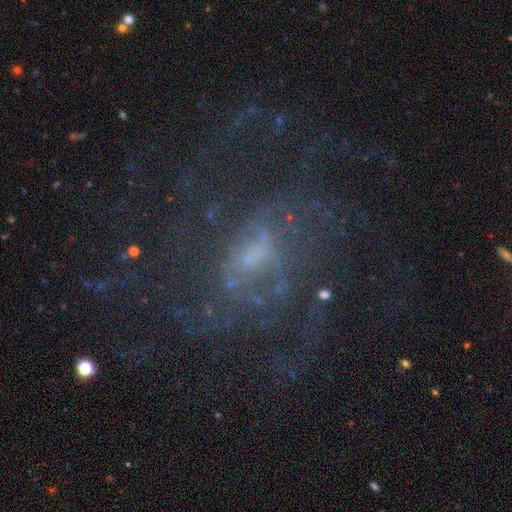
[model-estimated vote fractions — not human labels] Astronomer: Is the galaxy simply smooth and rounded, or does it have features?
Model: featured or disk — 78%.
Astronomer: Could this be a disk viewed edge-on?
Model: no — 97%.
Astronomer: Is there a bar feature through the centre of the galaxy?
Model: weak — 49% (runner-up: no, 38%).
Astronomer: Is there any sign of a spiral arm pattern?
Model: yes — 85%.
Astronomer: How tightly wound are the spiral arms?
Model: medium — 41% (runner-up: tight, 36%).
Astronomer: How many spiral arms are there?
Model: can't tell — 47%.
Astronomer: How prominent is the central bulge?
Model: small — 54%.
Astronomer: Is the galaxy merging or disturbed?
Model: none — 63%.